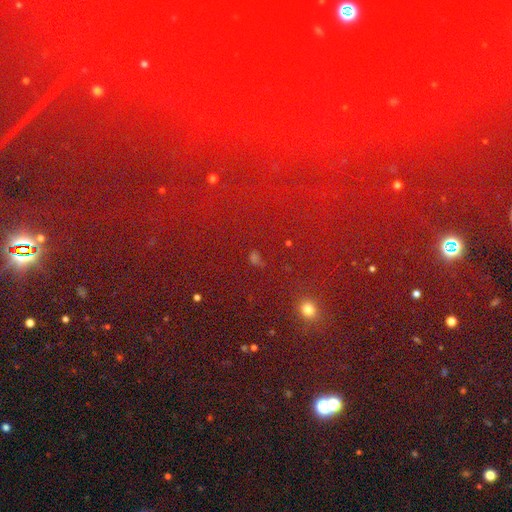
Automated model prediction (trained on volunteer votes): star or artifact 75%, smooth 17%, featured or disk 8%.